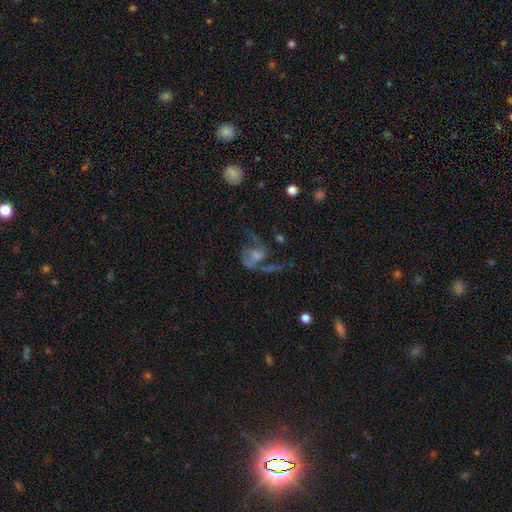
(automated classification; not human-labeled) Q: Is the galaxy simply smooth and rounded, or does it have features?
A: featured or disk — 61%.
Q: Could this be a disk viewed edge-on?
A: no — 95%.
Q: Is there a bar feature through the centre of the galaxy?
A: no — 73%.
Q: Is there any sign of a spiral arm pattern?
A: yes — 67%.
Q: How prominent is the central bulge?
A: small — 40%.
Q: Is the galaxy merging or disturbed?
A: major disturbance — 41%.